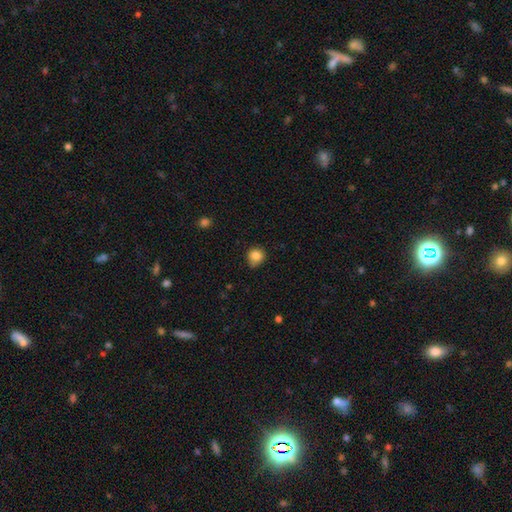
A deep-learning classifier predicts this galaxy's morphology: A smooth galaxy with no disk features (84%) that is round (88%). Merging: none (71%).